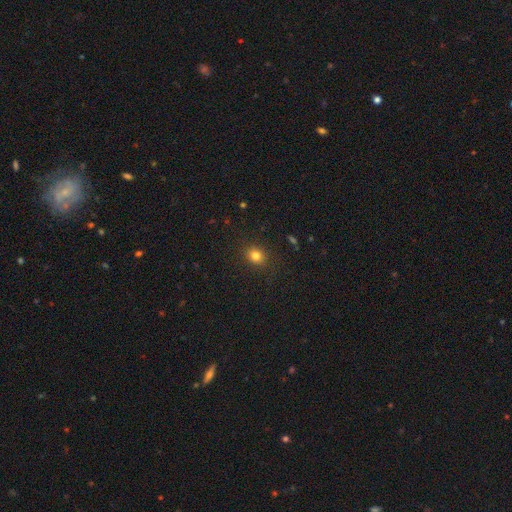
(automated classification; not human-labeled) Smooth or featured?
  - smooth: 81% *
  - star or artifact: 13%
  - featured or disk: 6%
How rounded?
  - round: 63% *
  - in between: 36%
  - cigar-shaped: 1%
Merging?
  - none: 88% *
  - minor disturbance: 8%
  - major disturbance: 3%
  - merger: 1%